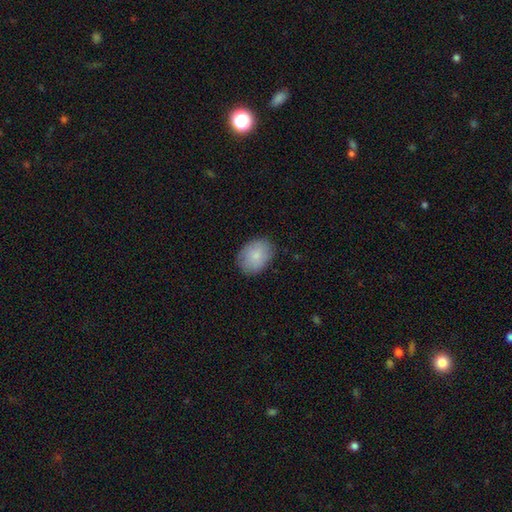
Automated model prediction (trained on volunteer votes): smooth-or-featured: smooth: 85% | featured or disk: 9% | star or artifact: 7%
  how-rounded: in between: 67% | round: 32% | cigar-shaped: 1%
  merging: none: 82% | minor disturbance: 14% | major disturbance: 3% | merger: 1%